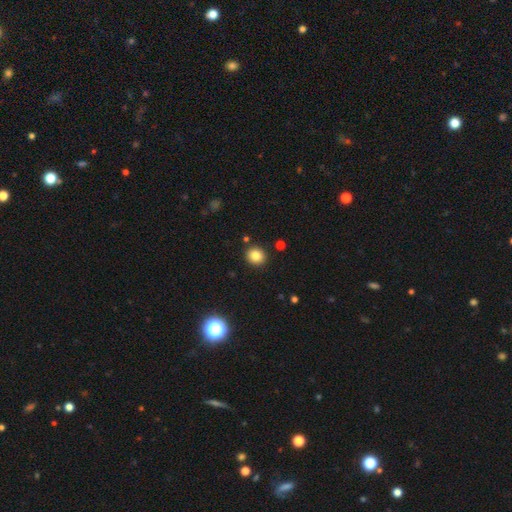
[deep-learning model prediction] This appears to be a smooth galaxy with no disk features (83%) that is round (82%). Merging: none (89%).